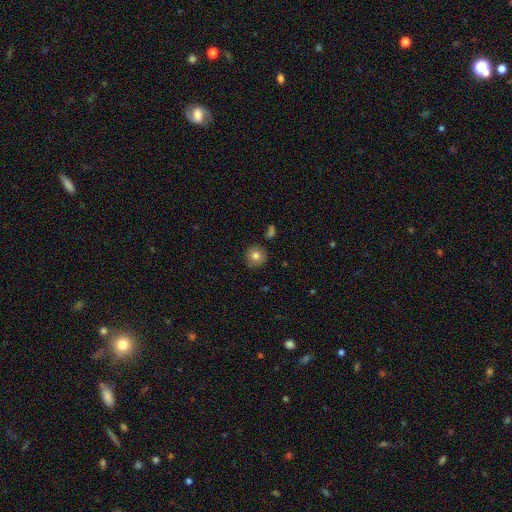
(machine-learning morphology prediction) smooth 80%, featured or disk 10%, star or artifact 10%. Down the decision tree: how rounded — round (93%); merging — none (87%).